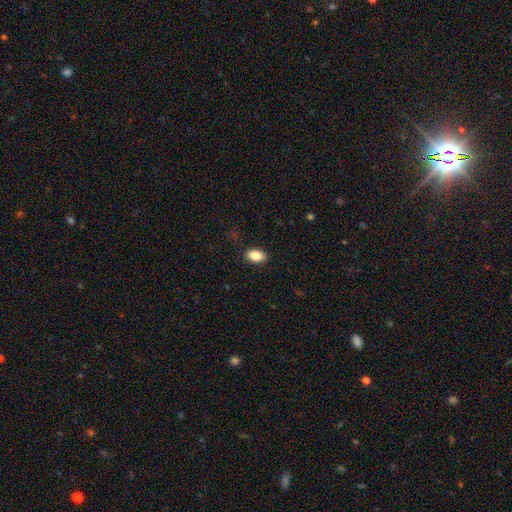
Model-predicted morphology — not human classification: Smooth or featured? smooth (86%)
How rounded? in between (91%)
Merging? none (88%)